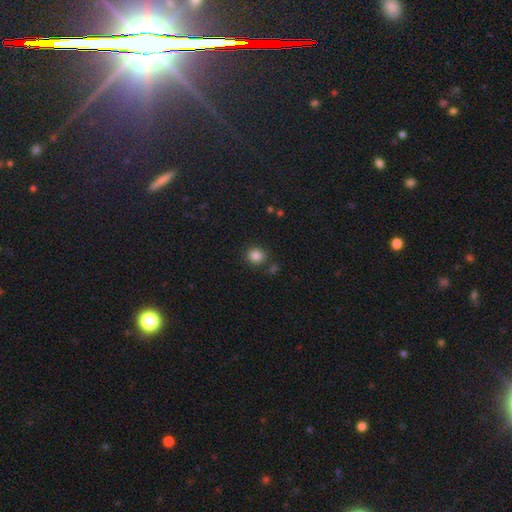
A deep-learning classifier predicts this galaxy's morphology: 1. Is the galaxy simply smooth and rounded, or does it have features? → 84% smooth, 11% star or artifact, 4% featured or disk.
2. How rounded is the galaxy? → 86% round, 13% in between, 1% cigar-shaped.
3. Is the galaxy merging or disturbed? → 82% none, 9% minor disturbance, 6% merger, 3% major disturbance.